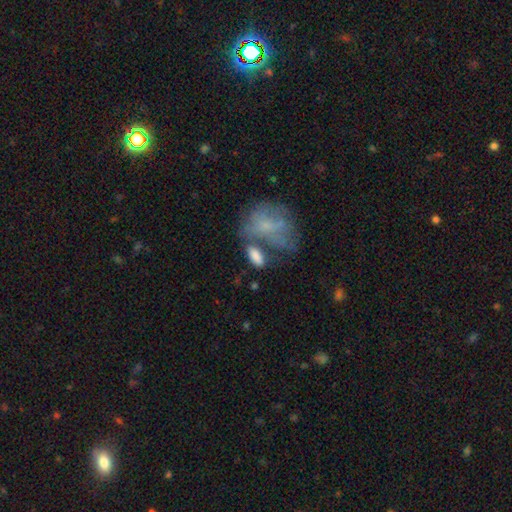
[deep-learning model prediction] A smooth galaxy with no disk features (80%) that is in between round and cigar-shaped (87%).

Vote fractions:
- Smooth or featured? smooth: 80% / featured or disk: 12% / star or artifact: 7%
- How rounded? in between: 87% / cigar-shaped: 7% / round: 6%
- Merging? none: 49% / merger: 22% / minor disturbance: 18% / major disturbance: 11%